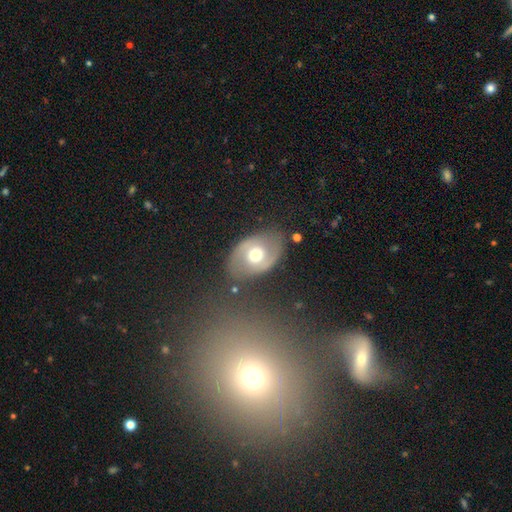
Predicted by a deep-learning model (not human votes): Morphology: type=featured or disk (60%); edge-on=no (95%); bar=no (63%); spiral arms=yes (63%); bulge=moderate (76%); merging=none (75%).